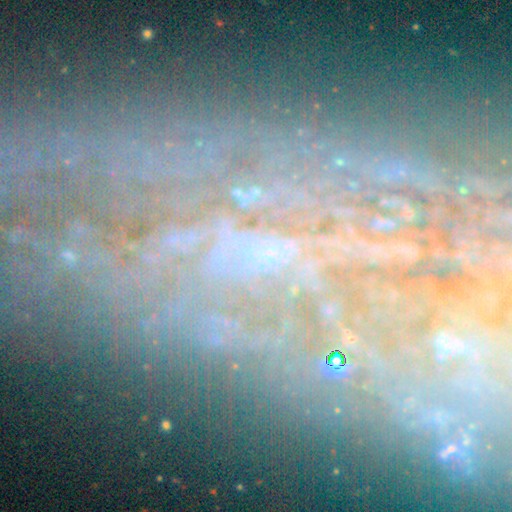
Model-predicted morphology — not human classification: Overall: star or artifact (55%; featured or disk 34%).